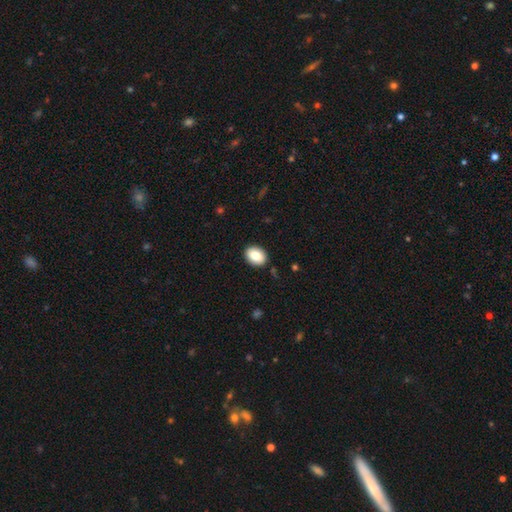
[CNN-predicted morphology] Smooth or featured: smooth — 82% (featured or disk — 10%)
How rounded: in between — 62% (round — 38%)
Merging: none — 90% (minor disturbance — 7%)